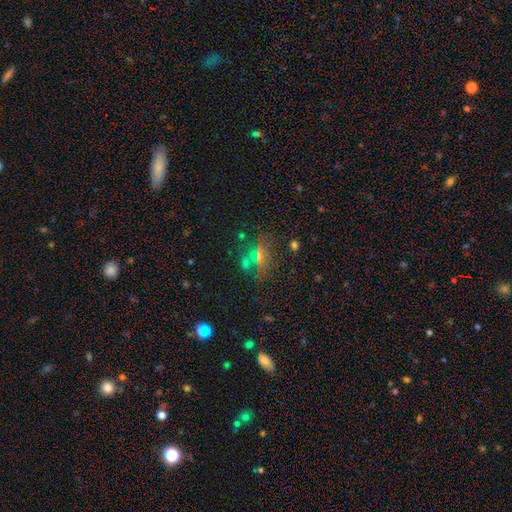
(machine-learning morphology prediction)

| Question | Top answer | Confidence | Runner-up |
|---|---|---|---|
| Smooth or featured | smooth | 38% | star or artifact (35%) |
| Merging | none | 64% | merger (16%) |